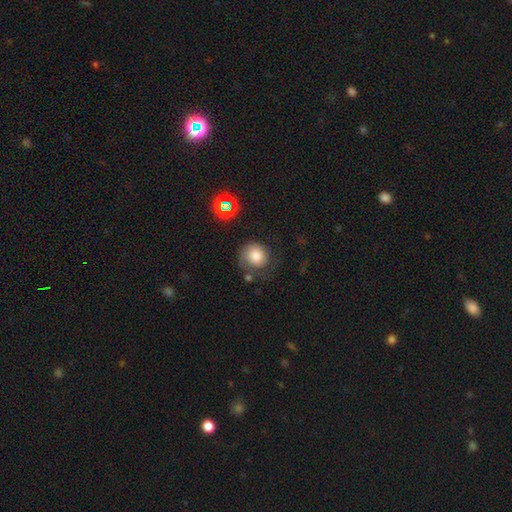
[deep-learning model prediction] This is likely a smooth galaxy (70%). How rounded: clearly round (82%). Merging: possibly none (51%).